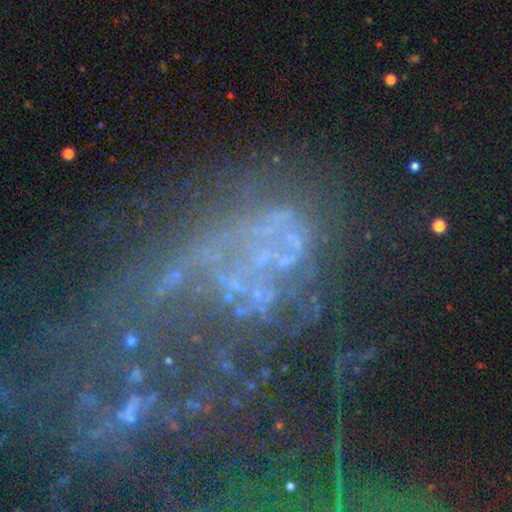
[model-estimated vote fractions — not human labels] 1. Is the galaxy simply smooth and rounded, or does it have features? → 45% featured or disk, 43% star or artifact, 12% smooth.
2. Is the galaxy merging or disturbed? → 42% major disturbance, 28% none, 15% merger, 14% minor disturbance.